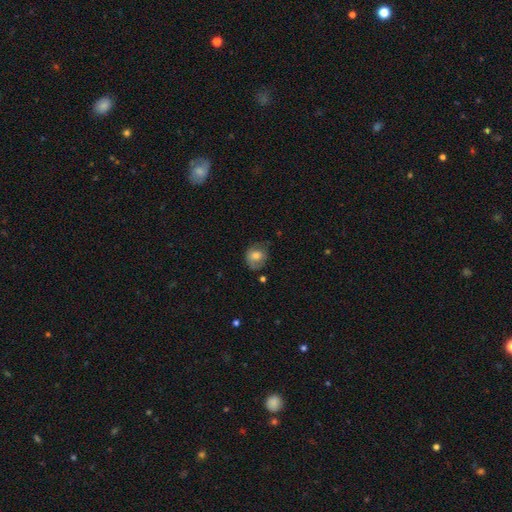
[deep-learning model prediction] A smooth galaxy with no disk features (65%) that is round (65%).

Vote fractions:
- Smooth or featured? smooth: 65% / featured or disk: 26% / star or artifact: 9%
- How rounded? round: 65% / in between: 34% / cigar-shaped: 1%
- Merging? none: 57% / minor disturbance: 28% / major disturbance: 13% / merger: 2%